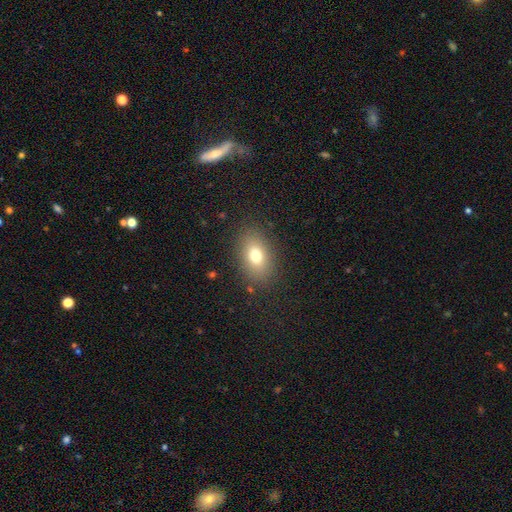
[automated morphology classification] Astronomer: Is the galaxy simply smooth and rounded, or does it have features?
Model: smooth — 75%.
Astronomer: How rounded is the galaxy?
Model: in between — 82%.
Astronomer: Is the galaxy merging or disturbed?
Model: none — 85%.